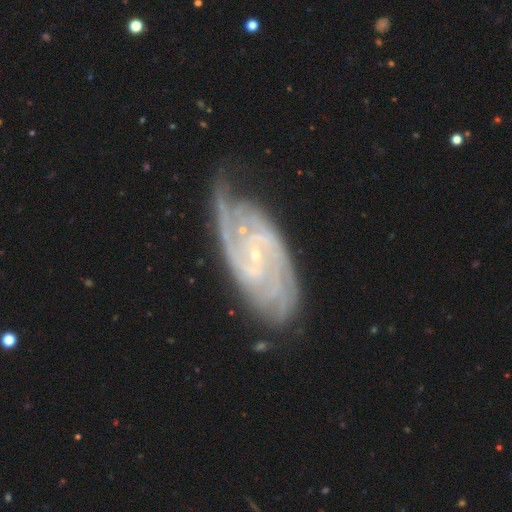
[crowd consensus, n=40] Smooth or featured? featured or disk (88%)
Edge-on disk? no (100%)
Bar? weak (49%)
Spiral arms? yes (94%)
Spiral winding? tight (58%)
Spiral arm count? 2 (52%)
Bulge size? small (89%)
Merging? minor disturbance (36%)